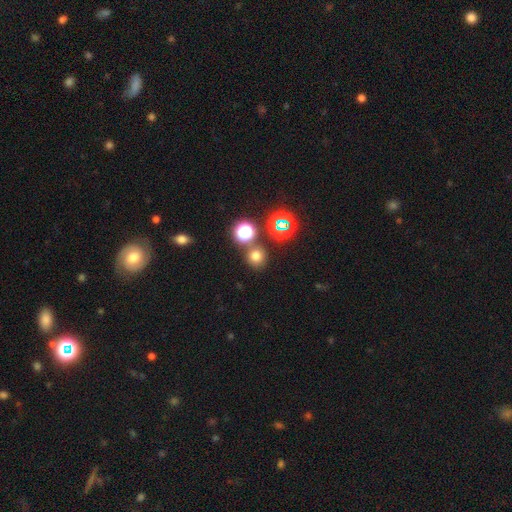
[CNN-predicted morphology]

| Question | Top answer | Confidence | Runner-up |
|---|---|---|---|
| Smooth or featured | smooth | 67% | star or artifact (26%) |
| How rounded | round | 90% | in between (9%) |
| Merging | none | 79% | merger (10%) |